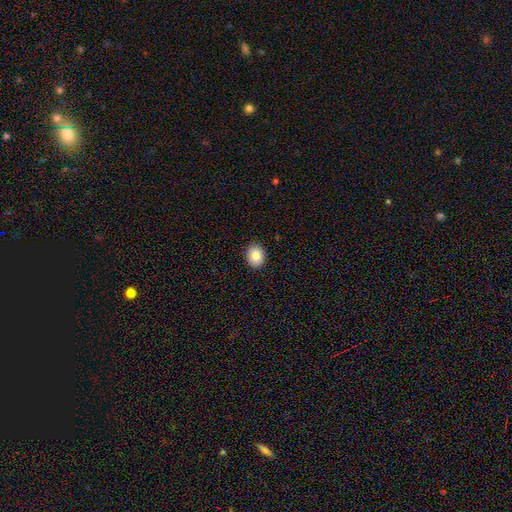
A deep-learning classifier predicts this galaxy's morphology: This appears to be a smooth galaxy with no disk features (88%) that is in between round and cigar-shaped (53%). Merging: none (90%).